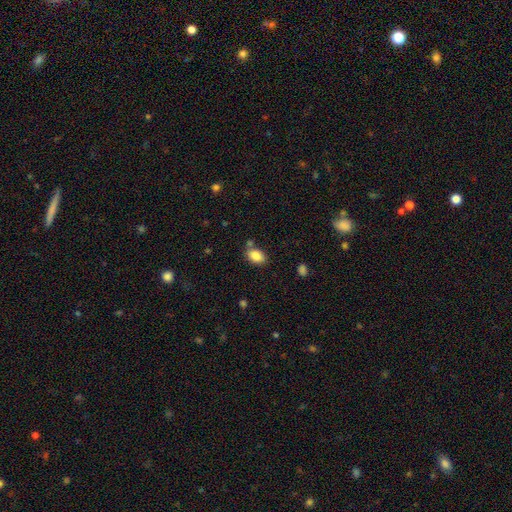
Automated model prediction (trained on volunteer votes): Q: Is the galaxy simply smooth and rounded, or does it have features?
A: smooth — 86%.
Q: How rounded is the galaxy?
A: in between — 83%.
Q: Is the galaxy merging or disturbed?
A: none — 72%.